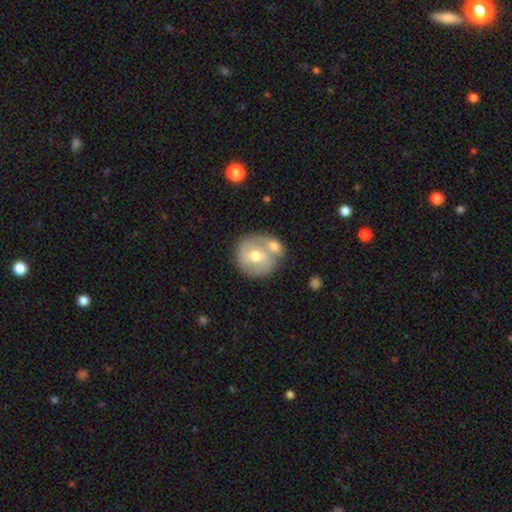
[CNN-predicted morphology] This appears to be a smooth galaxy with no disk features (47%). Merging: none (52%).